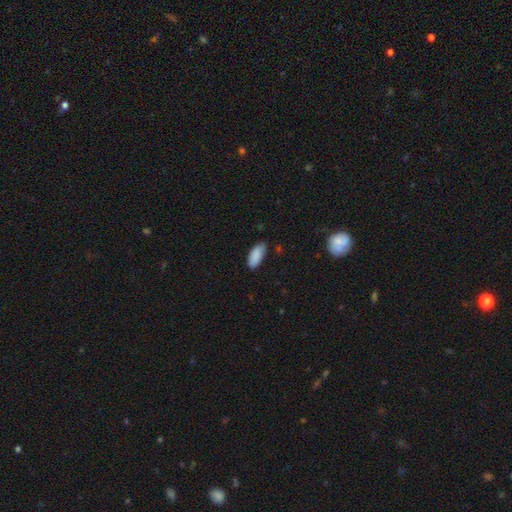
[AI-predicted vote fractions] A smooth galaxy with no disk features (89%) that is in between round and cigar-shaped (87%). Merging: none (76%).